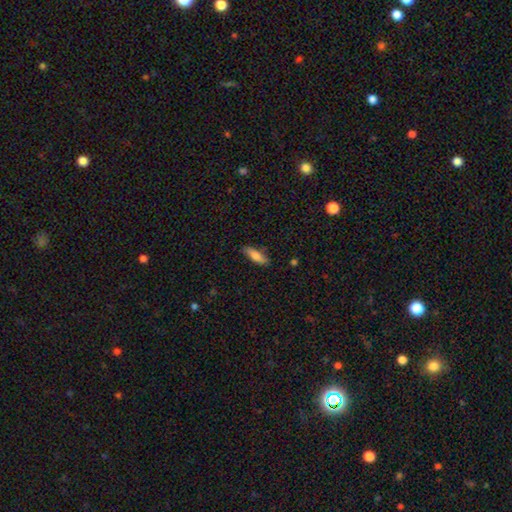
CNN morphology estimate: type=smooth (78%); roundness=in between (50%); merging=none (81%).